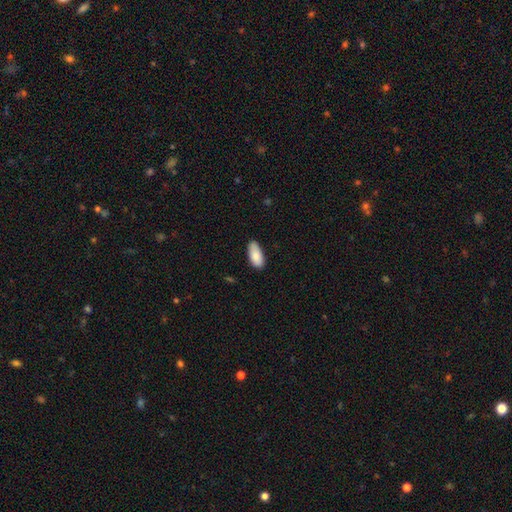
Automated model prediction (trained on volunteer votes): This is clearly a smooth galaxy (86%). How rounded: clearly in between (88%). Merging: likely none (77%).